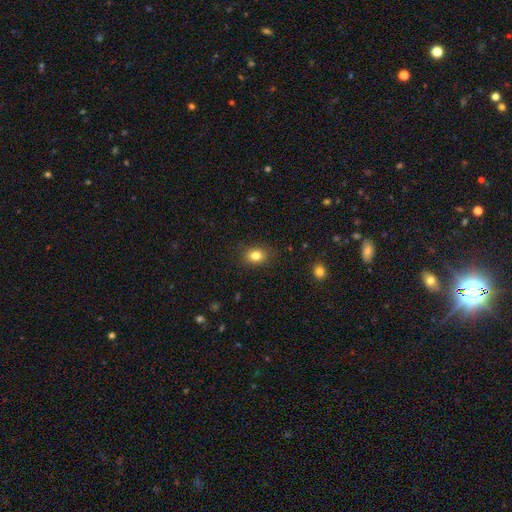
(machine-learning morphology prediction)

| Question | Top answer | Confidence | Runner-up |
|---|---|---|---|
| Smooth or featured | smooth | 82% | star or artifact (11%) |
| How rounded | in between | 63% | round (36%) |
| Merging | none | 86% | minor disturbance (10%) |